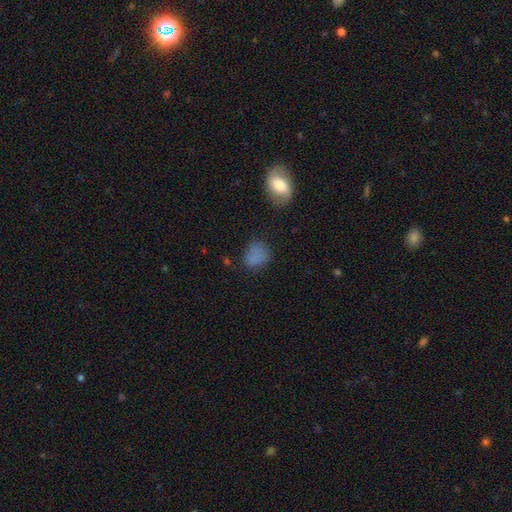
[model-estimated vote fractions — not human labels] smooth_or_featured: smooth (p=0.76) [alt: star or artifact p=0.15]
how_rounded: in between (p=0.52) [alt: round p=0.46]
merging: none (p=0.59) [alt: minor disturbance p=0.24]